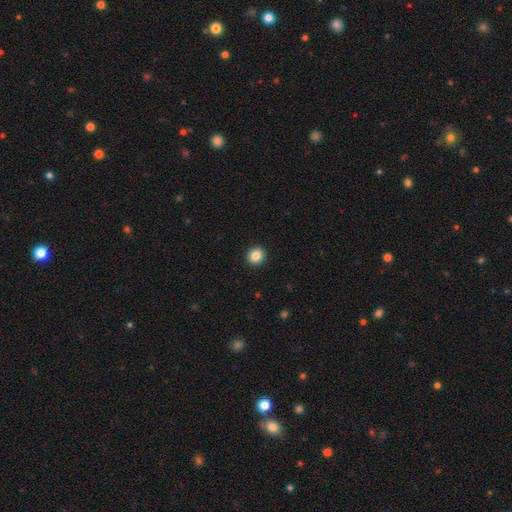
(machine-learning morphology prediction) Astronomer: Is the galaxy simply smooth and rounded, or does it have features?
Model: smooth — 86%.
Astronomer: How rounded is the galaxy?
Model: round — 82%.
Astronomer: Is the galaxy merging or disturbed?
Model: none — 93%.